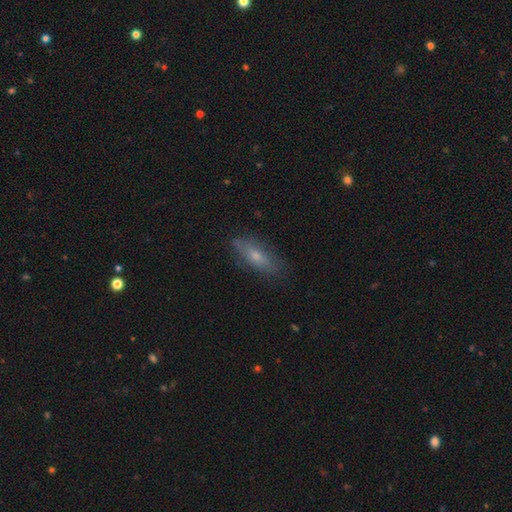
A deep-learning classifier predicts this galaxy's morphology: A smooth galaxy with no disk features (54%) that is in between round and cigar-shaped (53%). Merging: none (78%).